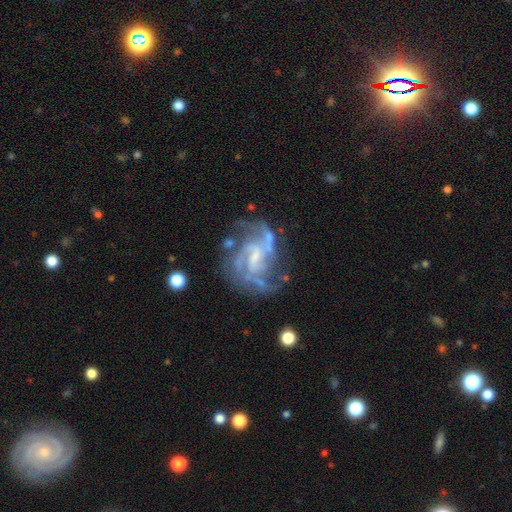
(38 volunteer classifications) This is clearly a featured or disk galaxy (92%). It is clearly not viewed edge-on (97%). Bar: likely weak (62%). Spiral arm pattern: clearly yes (97%). Spiral arm count: likely 2 (79%). Spiral winding: likely medium (61%). Central bulge: possibly small (47%). Merging: likely none (66%).